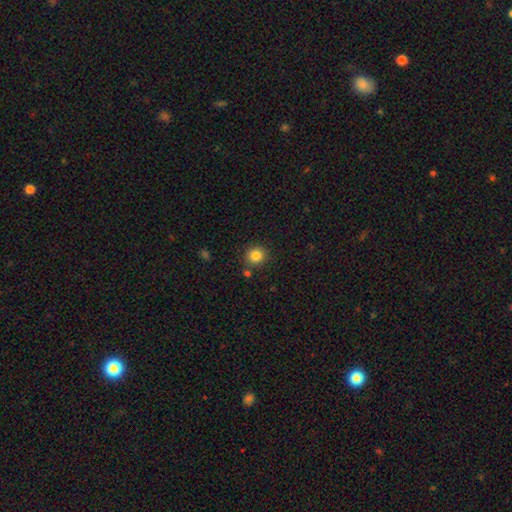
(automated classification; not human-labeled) Morphology: type=smooth (85%); roundness=round (88%); merging=none (83%).